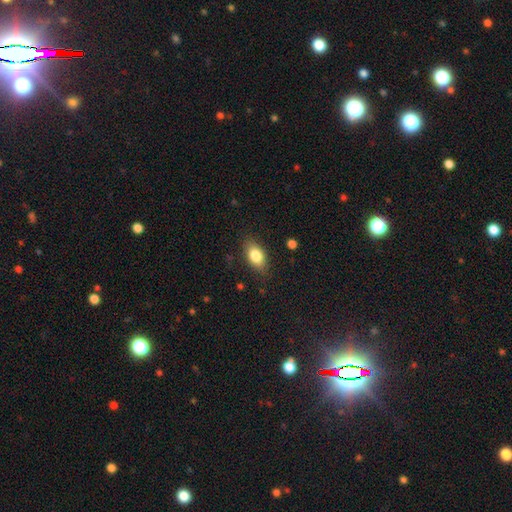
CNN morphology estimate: Smooth or featured? Predicted: smooth (p=0.82). How rounded? Predicted: in between (p=0.88). Merging? Predicted: none (p=0.84).